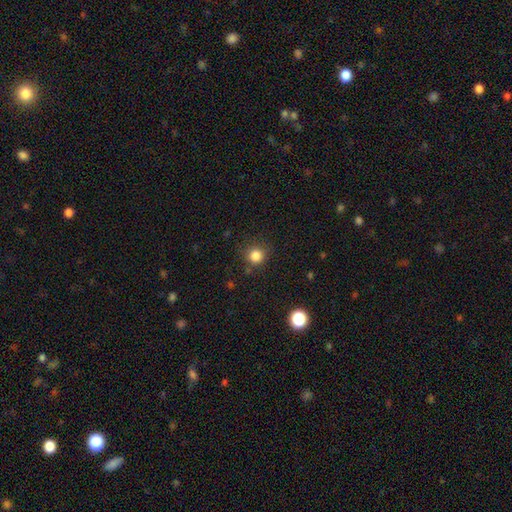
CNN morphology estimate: smooth 83%, star or artifact 12%, featured or disk 4%. Down the decision tree: how rounded — round (91%); merging — none (83%).